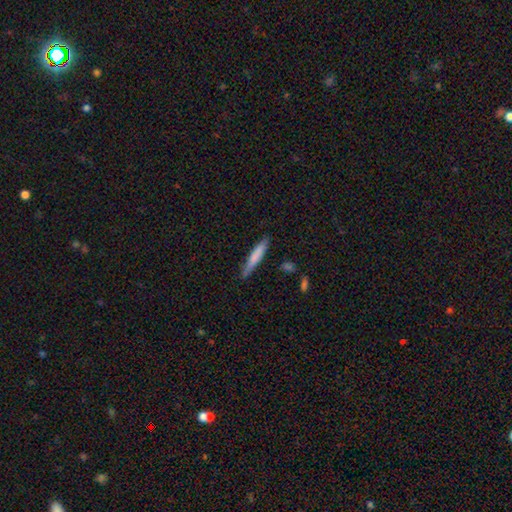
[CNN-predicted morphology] This is likely a smooth galaxy (75%). How rounded: clearly cigar-shaped (92%). Merging: clearly none (80%).